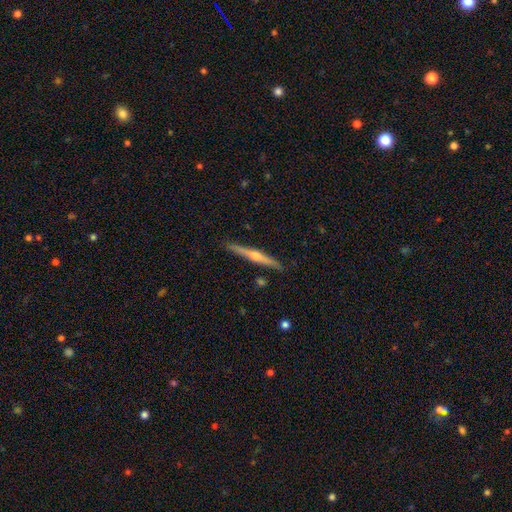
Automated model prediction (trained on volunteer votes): Smooth or featured? featured or disk (71%)
Edge-on disk? yes (98%)
Edge-on bulge? rounded (83%)
Merging? none (90%)